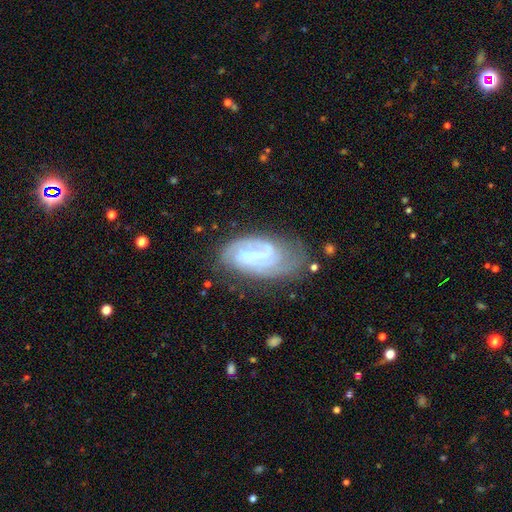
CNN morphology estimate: A featured or disk galaxy (79%) with a weak bar (42%), 2 (44%) tight (53%) spiral arms (92%) and a small central bulge (46%).

Vote fractions:
- Smooth or featured? featured or disk: 79% / smooth: 13% / star or artifact: 7%
- Edge-on disk? no: 96% / yes: 4%
- Bar? weak: 42% / strong: 37% / no: 21%
- Spiral arms? yes: 92% / no: 8%
- Spiral winding? tight: 53% / medium: 36% / loose: 11%
- Spiral arm count? 2: 44% / can't tell: 27% / 3: 15% / 1: 6% / 4: 5% / more than 4: 3%
- Bulge size? small: 46% / none: 34% / moderate: 16% / large: 3% / dominant: 1%
- Merging? none: 59% / minor disturbance: 24% / major disturbance: 14% / merger: 3%